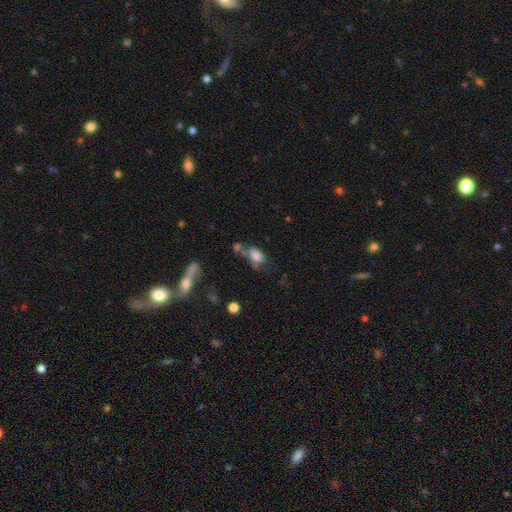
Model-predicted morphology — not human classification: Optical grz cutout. It shows a smooth galaxy with no disk features (75%) that is in between round and cigar-shaped (86%). Merging: none (37%).